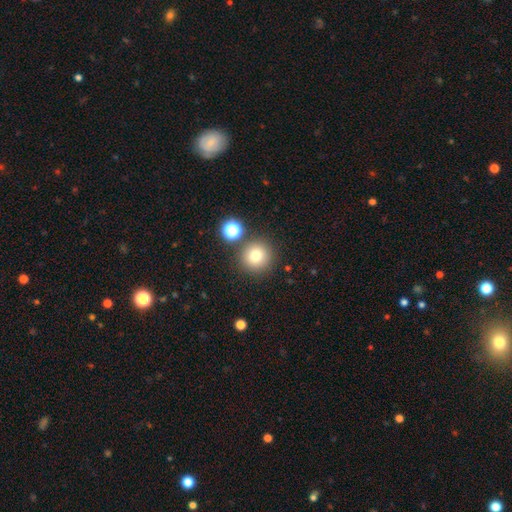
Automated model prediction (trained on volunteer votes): A smooth galaxy with no disk features (77%) that is round (95%). Merging: none (82%).